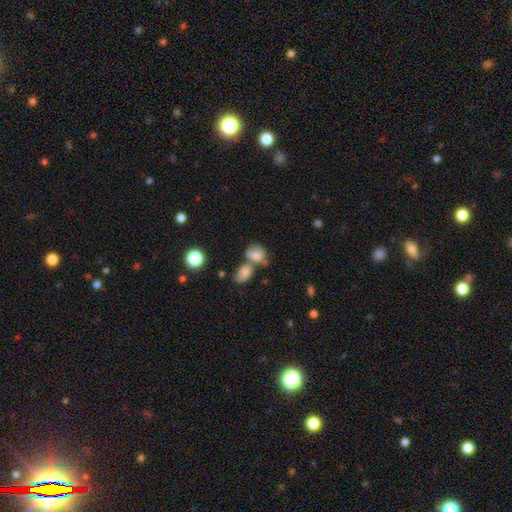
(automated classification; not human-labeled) Overall: smooth (75%). How rounded: in between (62%; round 36%). Merging: merger (48%; none 32%).